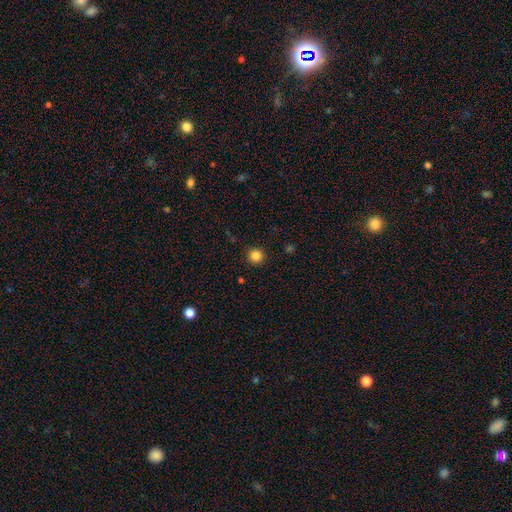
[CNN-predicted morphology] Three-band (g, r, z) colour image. It shows a smooth galaxy with no disk features (85%) that is round (95%). Merging: none (92%).